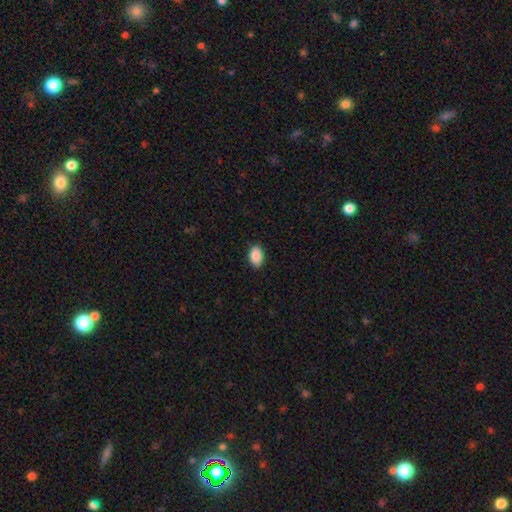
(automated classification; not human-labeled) The model was most divided on "merging": none: 88%, minor disturbance: 9%, major disturbance: 2%, merger: 1%. More confident: how rounded — in between (90%); smooth or featured — smooth (89%).